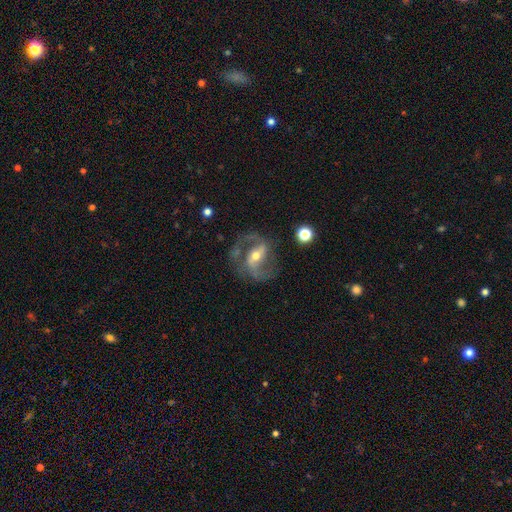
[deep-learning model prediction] A featured or disk galaxy (87%) with a strong bar (46%), 2 (90%) medium (54%) spiral arms (94%) and a moderate central bulge (56%). Merging: none (73%).